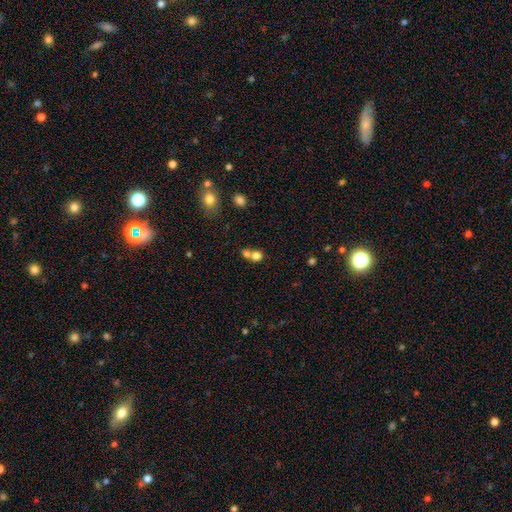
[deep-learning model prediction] Smooth or featured? Predicted: smooth (p=0.76). How rounded? Predicted: round (p=0.73). Merging? Predicted: merger (p=0.58).